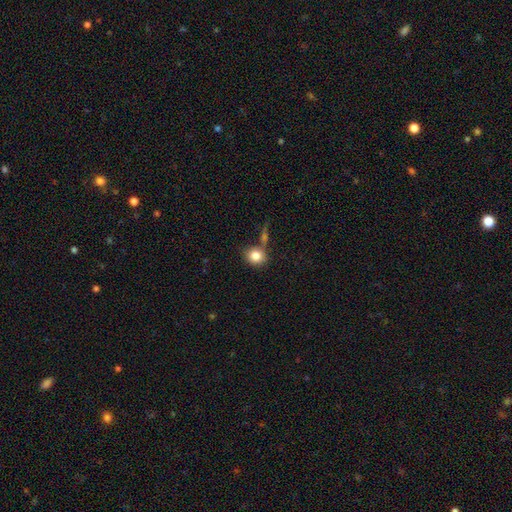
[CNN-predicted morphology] This appears to be a smooth galaxy with no disk features (83%) that is round (78%). Merging: none (63%).